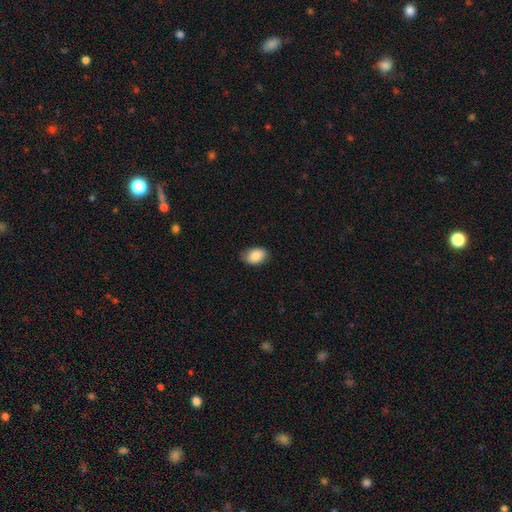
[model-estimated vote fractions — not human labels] Smooth or featured?
  - smooth: 88% *
  - star or artifact: 7%
  - featured or disk: 5%
How rounded?
  - in between: 87% *
  - round: 12%
  - cigar-shaped: 1%
Merging?
  - none: 80% *
  - minor disturbance: 17%
  - major disturbance: 3%
  - merger: 1%